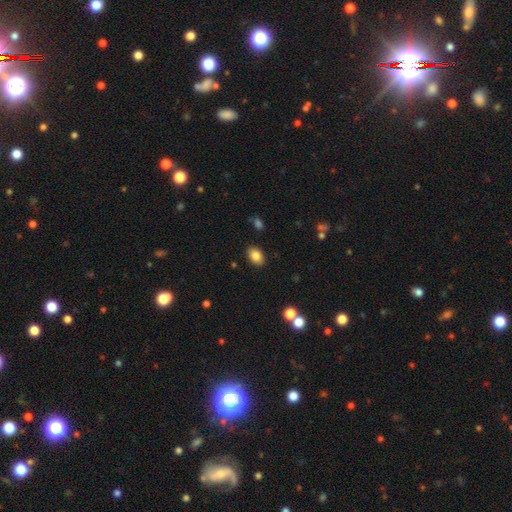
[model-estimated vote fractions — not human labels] Smooth or featured? smooth (85%)
How rounded? in between (82%)
Merging? none (87%)